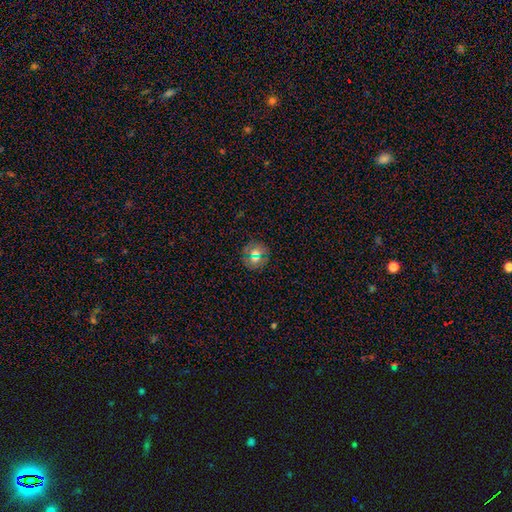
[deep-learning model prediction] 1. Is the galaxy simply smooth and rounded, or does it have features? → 68% smooth, 21% star or artifact, 12% featured or disk.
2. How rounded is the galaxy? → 92% round, 7% in between, 1% cigar-shaped.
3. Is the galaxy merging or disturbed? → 88% none, 7% minor disturbance, 3% major disturbance, 2% merger.